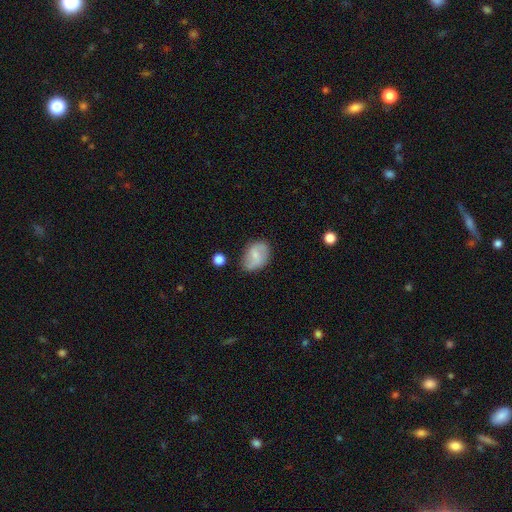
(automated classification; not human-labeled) This is possibly a smooth galaxy (58%). How rounded: likely in between (76%). Merging: likely none (70%).